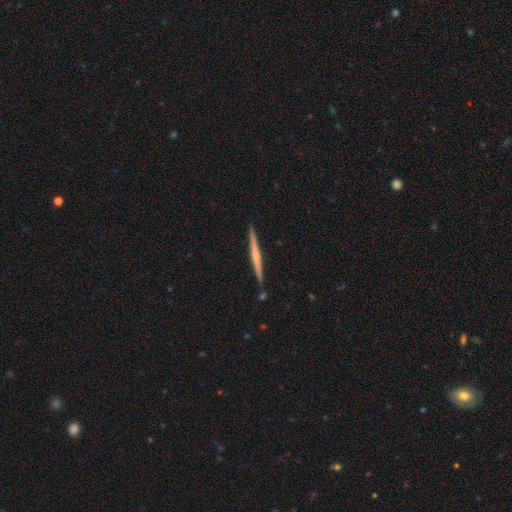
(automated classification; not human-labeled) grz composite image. It shows a featured or disk galaxy (63%) viewed edge-on (98%) with no central bulge (49%). Merging: none (91%).